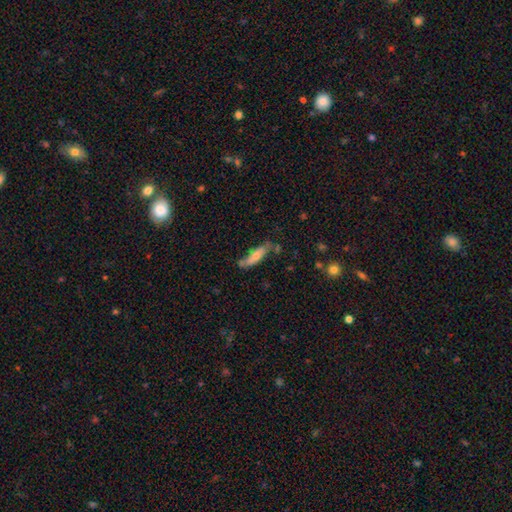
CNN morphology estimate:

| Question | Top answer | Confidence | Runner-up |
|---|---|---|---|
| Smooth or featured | smooth | 62% | featured or disk (31%) |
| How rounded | cigar-shaped | 63% | in between (35%) |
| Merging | none | 56% | minor disturbance (24%) |